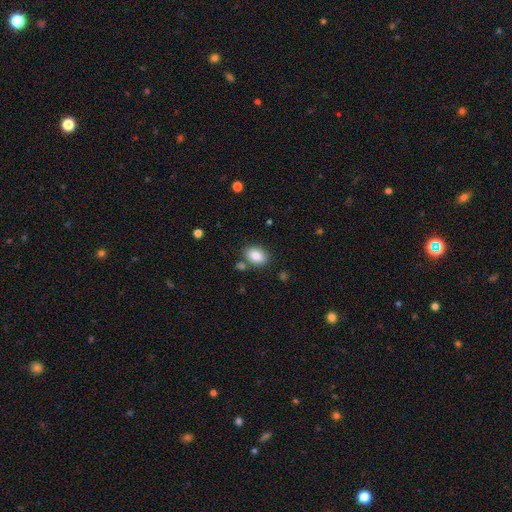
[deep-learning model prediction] Smooth or featured?
  - smooth: 86% *
  - star or artifact: 8%
  - featured or disk: 6%
How rounded?
  - in between: 80% *
  - round: 19%
  - cigar-shaped: 1%
Merging?
  - none: 75% *
  - minor disturbance: 13%
  - merger: 9%
  - major disturbance: 3%